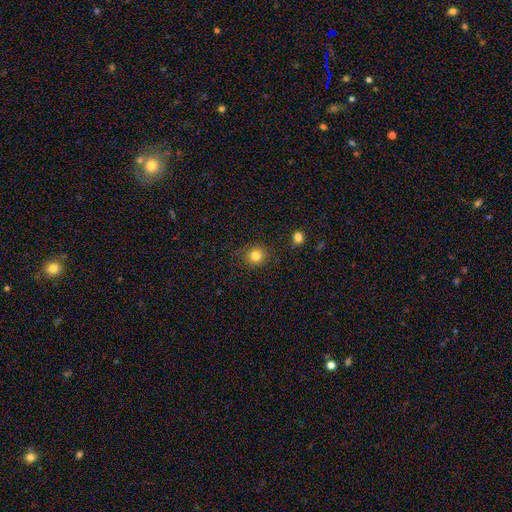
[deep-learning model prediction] smooth 82%, star or artifact 12%, featured or disk 6%. Down the decision tree: how rounded — round (85%); merging — none (86%).